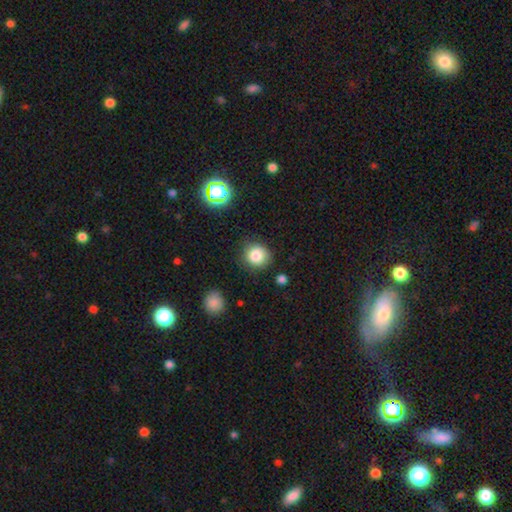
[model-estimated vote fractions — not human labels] The model was most divided on "merging": none: 83%, minor disturbance: 11%, major disturbance: 3%, merger: 2%. More confident: how rounded — round (90%); smooth or featured — smooth (83%).